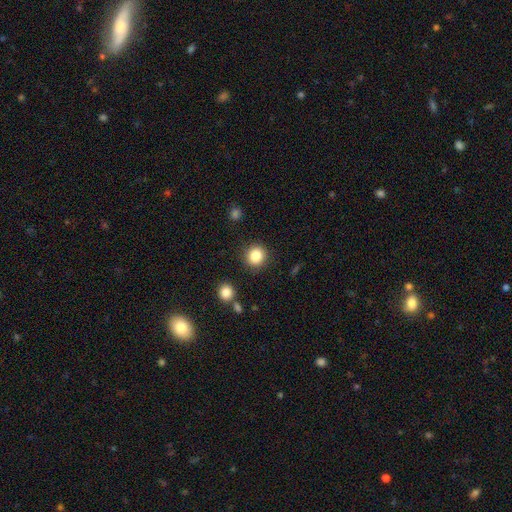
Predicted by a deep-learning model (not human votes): smooth 85%, star or artifact 10%, featured or disk 5%. Down the decision tree: how rounded — round (91%); merging — none (89%).